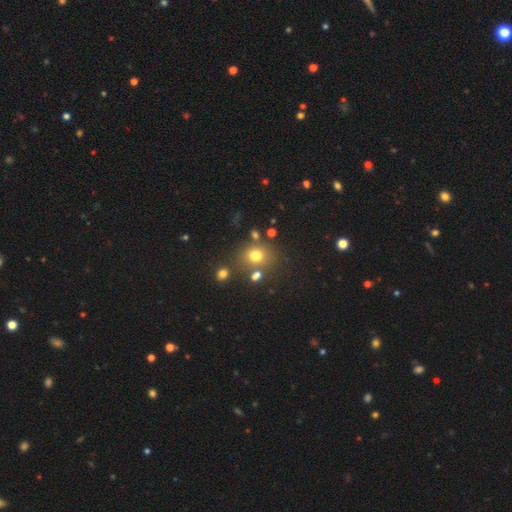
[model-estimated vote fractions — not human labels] Smooth or featured?
  - smooth: 72% *
  - star or artifact: 17%
  - featured or disk: 10%
How rounded?
  - round: 70% *
  - in between: 29%
  - cigar-shaped: 1%
Merging?
  - none: 70% *
  - merger: 13%
  - minor disturbance: 12%
  - major disturbance: 5%